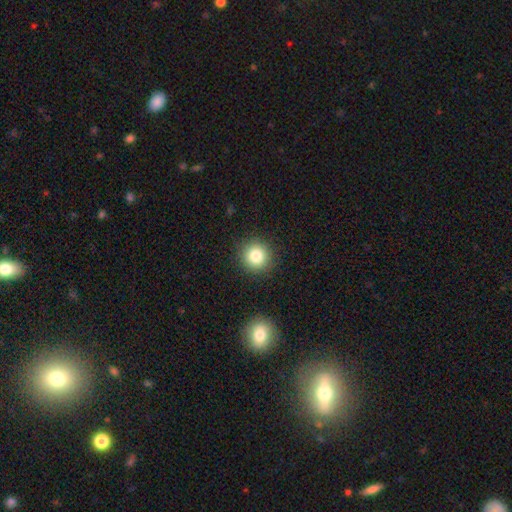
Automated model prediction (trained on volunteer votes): smooth_or_featured: smooth (p=0.82) [alt: star or artifact p=0.11]
how_rounded: round (p=0.93) [alt: in between p=0.06]
merging: none (p=0.90) [alt: minor disturbance p=0.07]